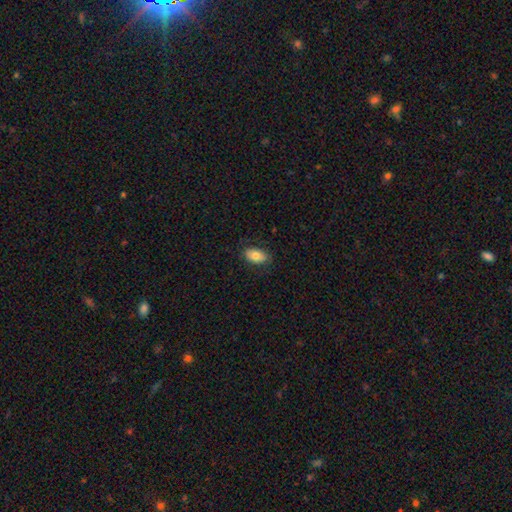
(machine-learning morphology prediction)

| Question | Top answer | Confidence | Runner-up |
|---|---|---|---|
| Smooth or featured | smooth | 79% | featured or disk (14%) |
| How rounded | in between | 92% | round (7%) |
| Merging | none | 83% | minor disturbance (13%) |